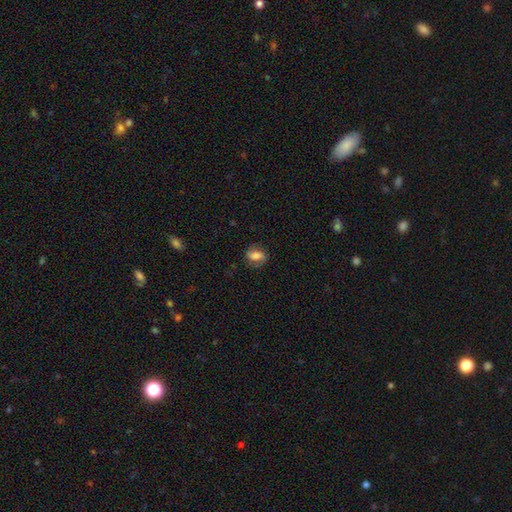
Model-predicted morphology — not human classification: smooth 59%, featured or disk 32%, star or artifact 9%. Down the decision tree: how rounded — in between (77%); merging — none (71%).